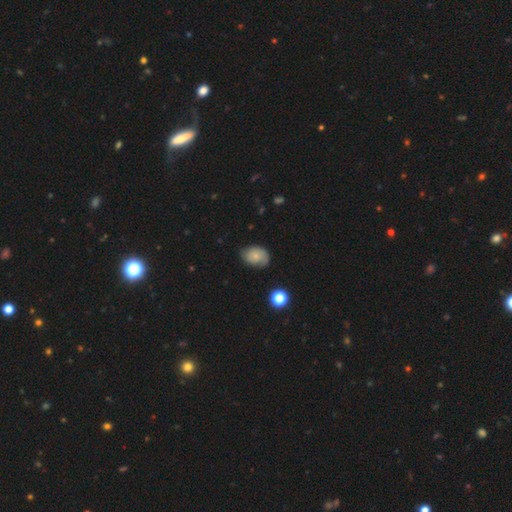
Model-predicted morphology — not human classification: Smooth or featured? Predicted: smooth (p=0.64). How rounded? Predicted: in between (p=0.75). Merging? Predicted: none (p=0.67).